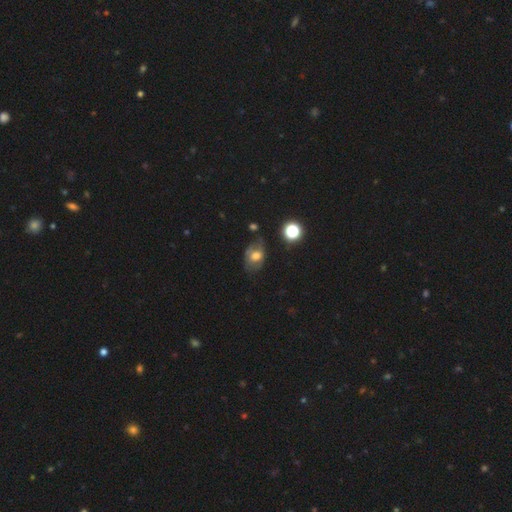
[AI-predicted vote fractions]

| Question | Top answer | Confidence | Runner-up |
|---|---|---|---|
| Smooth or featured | smooth | 56% | featured or disk (31%) |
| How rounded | in between | 70% | round (29%) |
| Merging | none | 49% | minor disturbance (31%) |